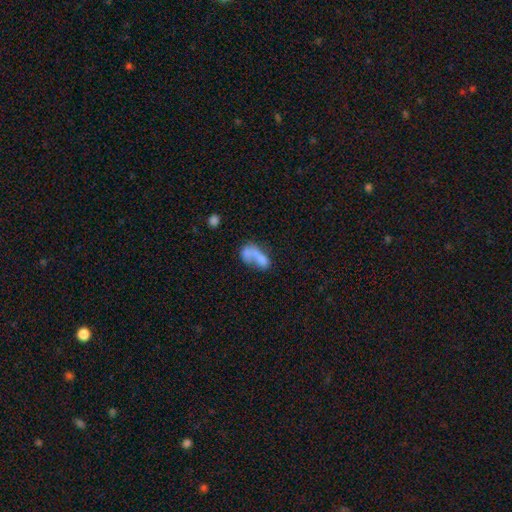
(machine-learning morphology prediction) A smooth galaxy with no disk features (60%) that is in between round and cigar-shaped (79%). Merging: merger (44%).